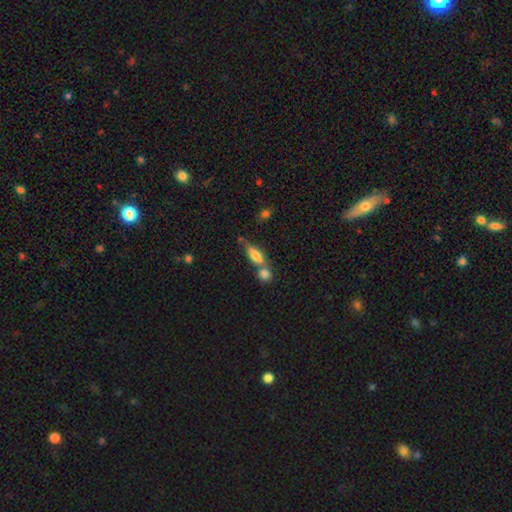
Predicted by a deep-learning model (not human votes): Smooth or featured? Predicted: smooth (p=0.70). How rounded? Predicted: in between (p=0.57). Merging? Predicted: merger (p=0.45).